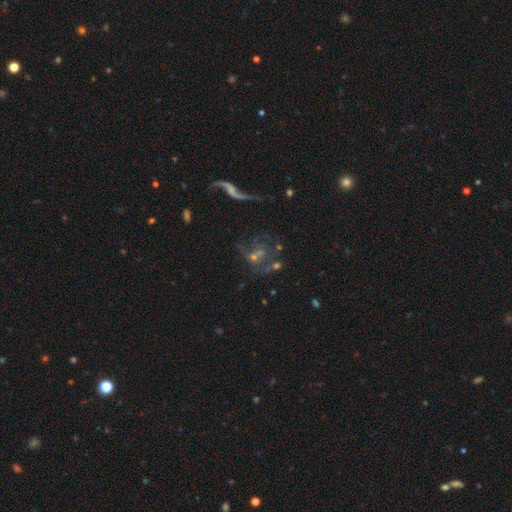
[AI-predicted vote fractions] This is likely a featured or disk galaxy (60%). It is clearly not viewed edge-on (94%). Bar: possibly no (60%). Spiral arm pattern: possibly yes (53%). Central bulge: marginally small (42%). Merging: marginally none (37%).